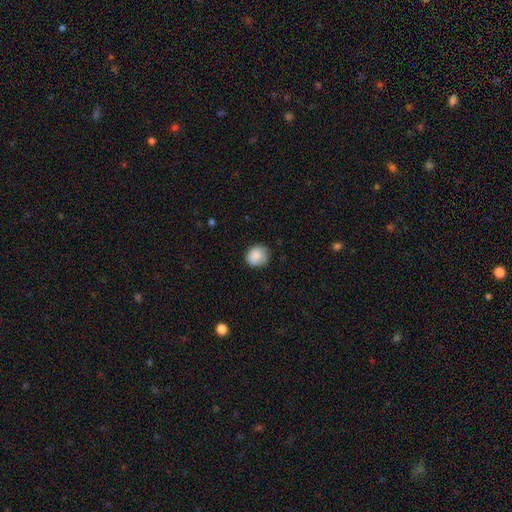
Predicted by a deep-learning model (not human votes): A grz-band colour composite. It shows a smooth galaxy with no disk features (88%) that is round (82%). Merging: none (79%).